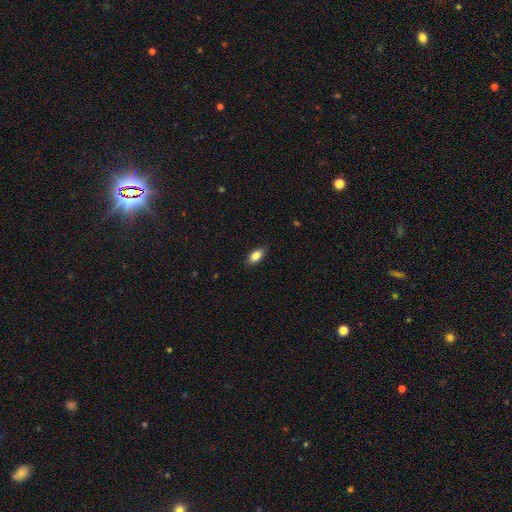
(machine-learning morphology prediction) type=smooth (84%); roundness=in between (88%); merging=none (85%).